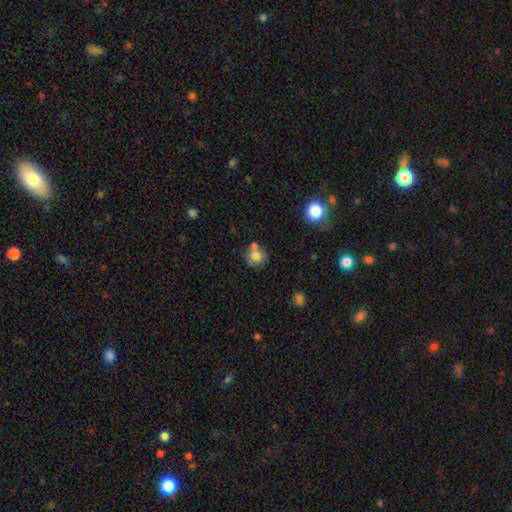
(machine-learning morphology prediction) This is likely a smooth galaxy (76%). How rounded: clearly round (87%). Merging: possibly none (59%).